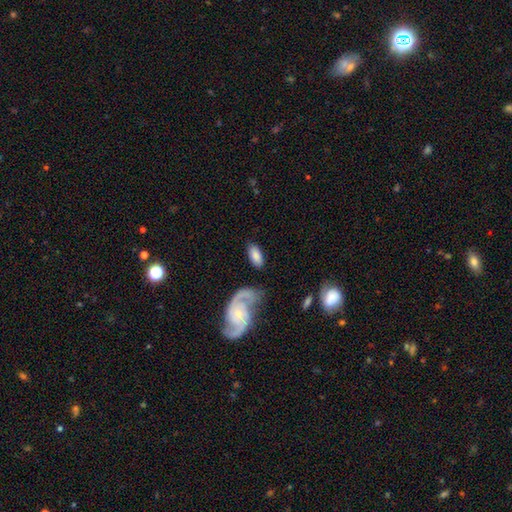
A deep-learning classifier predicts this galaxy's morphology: This is likely a smooth galaxy (74%). How rounded: clearly in between (92%). Merging: likely none (73%).